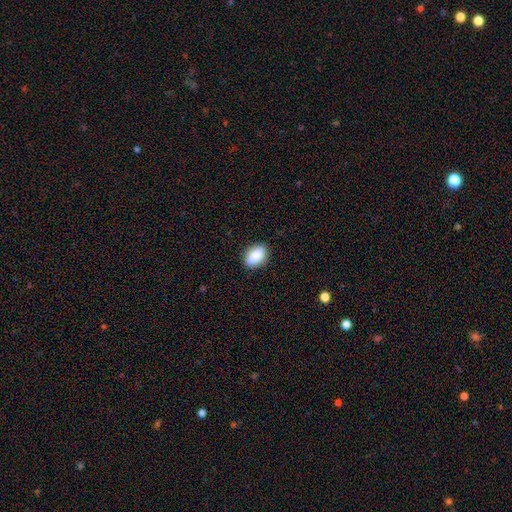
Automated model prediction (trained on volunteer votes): smooth_or_featured: smooth (p=0.88) [alt: star or artifact p=0.07]
how_rounded: in between (p=0.88) [alt: round p=0.11]
merging: none (p=0.87) [alt: minor disturbance p=0.10]